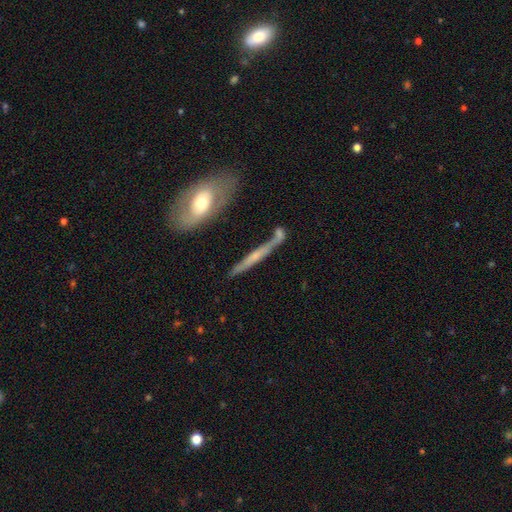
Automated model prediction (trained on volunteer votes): smooth-or-featured: featured or disk: 61% | smooth: 32% | star or artifact: 8%
  disk-edge-on: yes: 90% | no: 10%
    edge-on-bulge: rounded: 48% | none: 41% | boxy: 11%
  merging: none: 72% | minor disturbance: 14% | merger: 9% | major disturbance: 4%